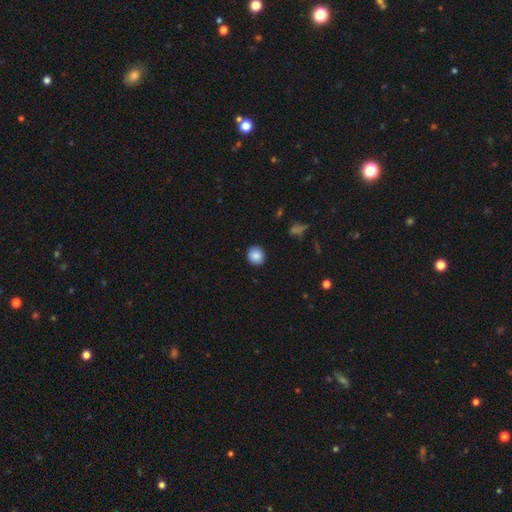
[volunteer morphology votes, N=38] type=smooth (89%); roundness=round (91%); merging=none (94%).